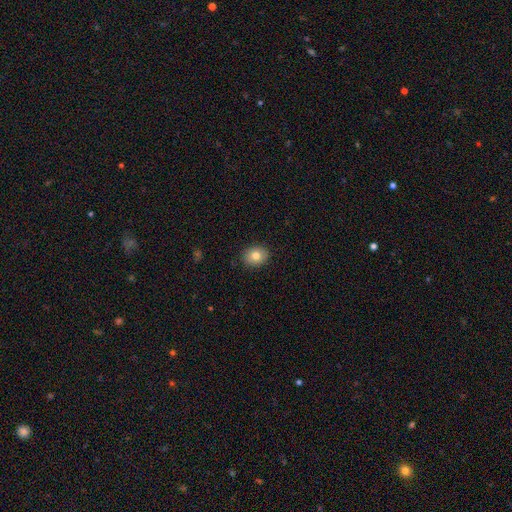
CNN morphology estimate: type=smooth (80%); roundness=round (52%); merging=none (90%).